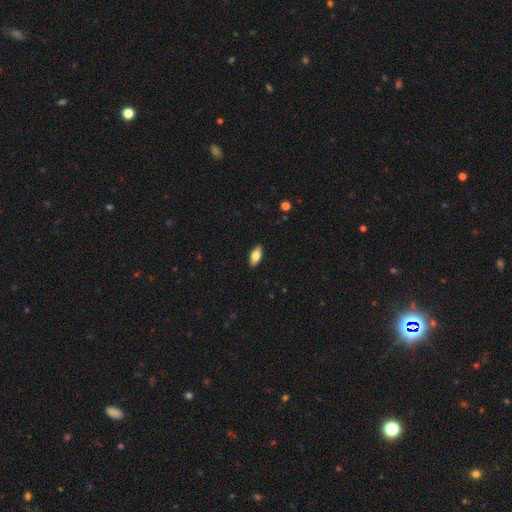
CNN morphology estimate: Smooth or featured?
  - smooth: 77% *
  - featured or disk: 17%
  - star or artifact: 6%
How rounded?
  - in between: 89% *
  - cigar-shaped: 8%
  - round: 3%
Merging?
  - none: 90% *
  - minor disturbance: 8%
  - major disturbance: 2%
  - merger: 1%